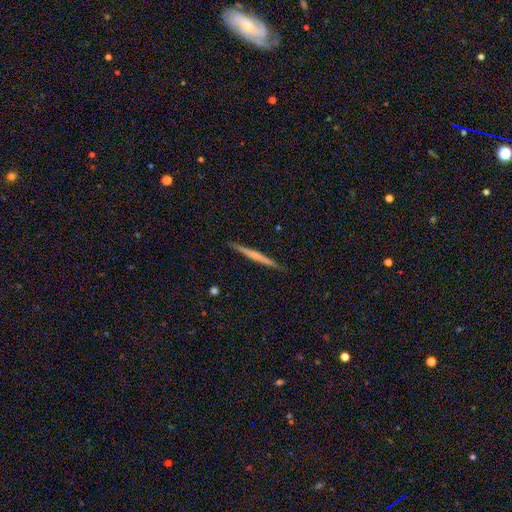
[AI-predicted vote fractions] Smooth or featured: featured or disk — 52% (smooth — 43%)
Edge-on disk: yes — 98% (no — 2%)
Edge-on bulge: none — 72% (rounded — 20%)
Merging: none — 91% (minor disturbance — 6%)